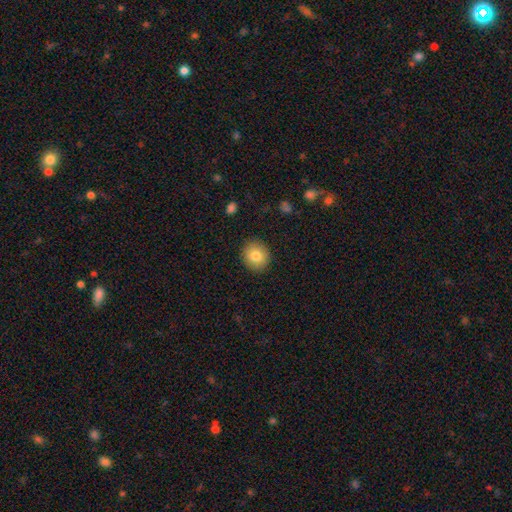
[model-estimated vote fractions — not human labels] Smooth or featured: smooth — 81% (featured or disk — 10%)
How rounded: round — 86% (in between — 13%)
Merging: none — 90% (minor disturbance — 7%)